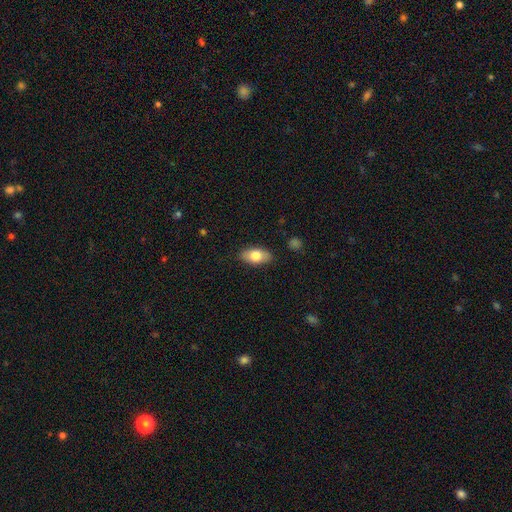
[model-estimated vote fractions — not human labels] smooth 76%, featured or disk 17%, star or artifact 7%. Down the decision tree: how rounded — in between (90%); merging — none (86%).